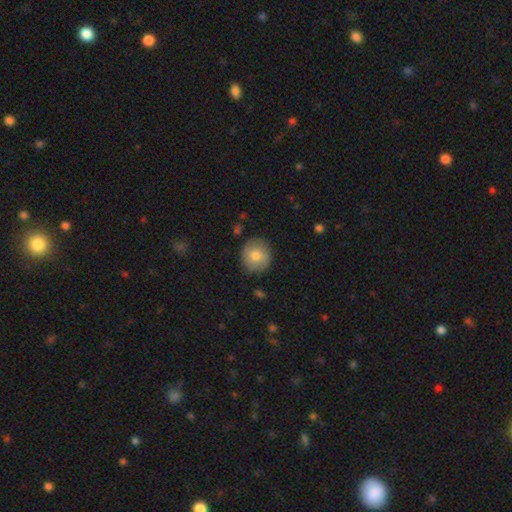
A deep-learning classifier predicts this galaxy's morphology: smooth-or-featured: smooth: 72% | featured or disk: 21% | star or artifact: 7%
  how-rounded: round: 87% | in between: 12% | cigar-shaped: 1%
  merging: none: 83% | minor disturbance: 13% | major disturbance: 3% | merger: 1%